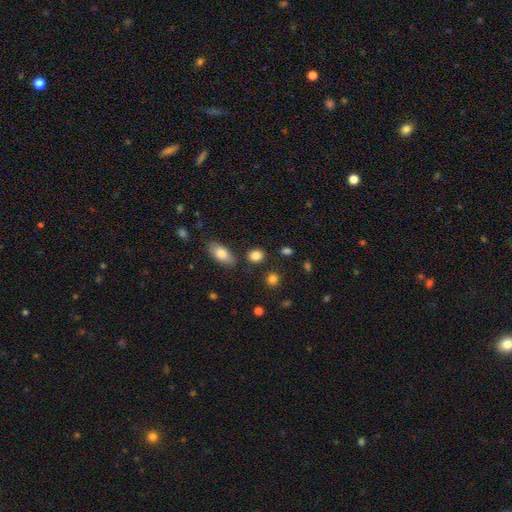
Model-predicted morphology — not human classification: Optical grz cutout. It shows a smooth galaxy with no disk features (85%) that is round (57%). Merging: none (82%).